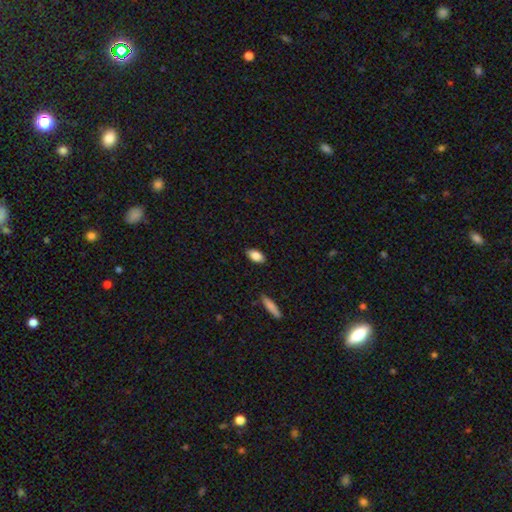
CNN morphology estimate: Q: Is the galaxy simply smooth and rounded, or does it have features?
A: smooth — 84%.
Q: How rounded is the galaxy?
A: in between — 91%.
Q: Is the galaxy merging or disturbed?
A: none — 87%.